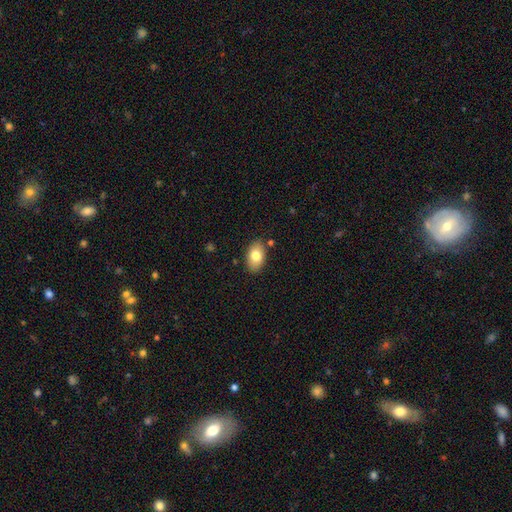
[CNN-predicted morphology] smooth-or-featured: smooth: 78% | featured or disk: 15% | star or artifact: 8%
  how-rounded: in between: 89% | round: 10% | cigar-shaped: 1%
  merging: none: 84% | minor disturbance: 11% | merger: 3% | major disturbance: 2%